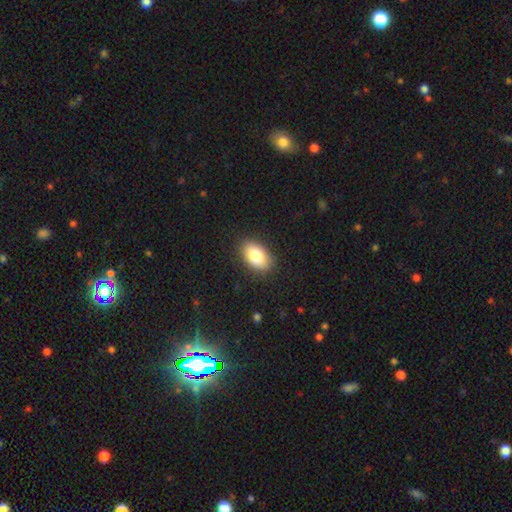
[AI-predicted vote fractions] Q: Smooth or featured?
A: smooth (83%); runner-up: featured or disk (10%)
Q: How rounded?
A: in between (92%); runner-up: round (7%)
Q: Merging?
A: none (87%); runner-up: minor disturbance (9%)